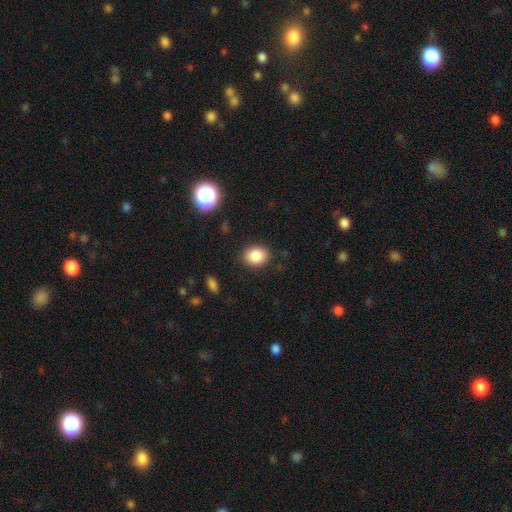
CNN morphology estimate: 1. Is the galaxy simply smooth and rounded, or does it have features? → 86% smooth, 9% star or artifact, 5% featured or disk.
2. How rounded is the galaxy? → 52% round, 47% in between, 1% cigar-shaped.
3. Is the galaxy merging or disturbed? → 86% none, 10% minor disturbance, 3% major disturbance, 1% merger.